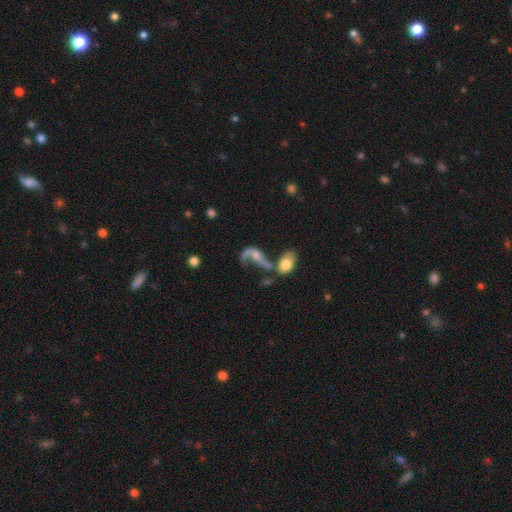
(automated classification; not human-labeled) Smooth or featured? Predicted: featured or disk (p=0.70). Edge-on disk? Predicted: no (p=0.94). Bar? Predicted: no (p=0.57). Spiral arms? Predicted: yes (p=0.81). Spiral winding? Predicted: loose (p=0.86). Spiral arm count? Predicted: 2 (p=0.67). Bulge size? Predicted: small (p=0.38). Merging? Predicted: merger (p=0.39).